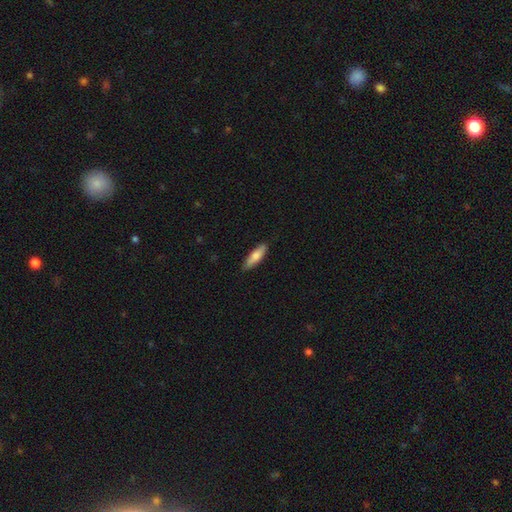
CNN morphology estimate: A smooth galaxy with no disk features (75%) that is cigar-shaped (58%).

Vote fractions:
- Smooth or featured? smooth: 75% / featured or disk: 20% / star or artifact: 6%
- How rounded? cigar-shaped: 58% / in between: 40% / round: 2%
- Merging? none: 86% / minor disturbance: 11% / major disturbance: 2% / merger: 1%